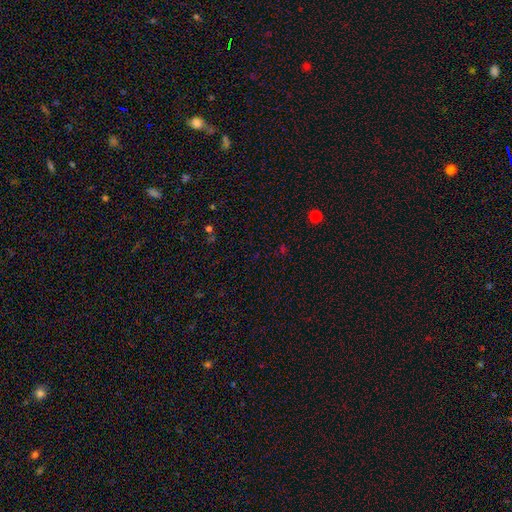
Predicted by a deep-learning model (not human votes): The model was most divided on "smooth or featured": star or artifact: 63%, smooth: 29%, featured or disk: 8%.